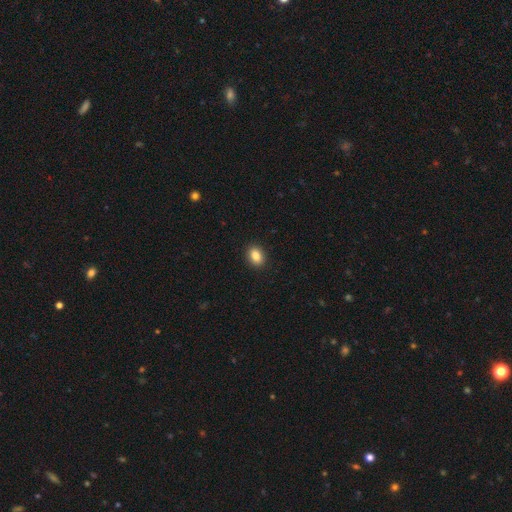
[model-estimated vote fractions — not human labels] A smooth galaxy with no disk features (86%) that is in between round and cigar-shaped (68%).

Vote fractions:
- Smooth or featured? smooth: 86% / star or artifact: 9% / featured or disk: 5%
- How rounded? in between: 68% / round: 30% / cigar-shaped: 1%
- Merging? none: 91% / minor disturbance: 6% / major disturbance: 2% / merger: 1%